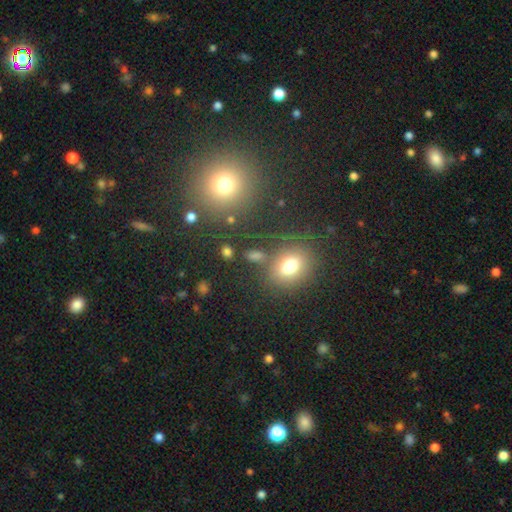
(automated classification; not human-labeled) A smooth galaxy with no disk features (64%) that is round (57%). Merging: none (82%).